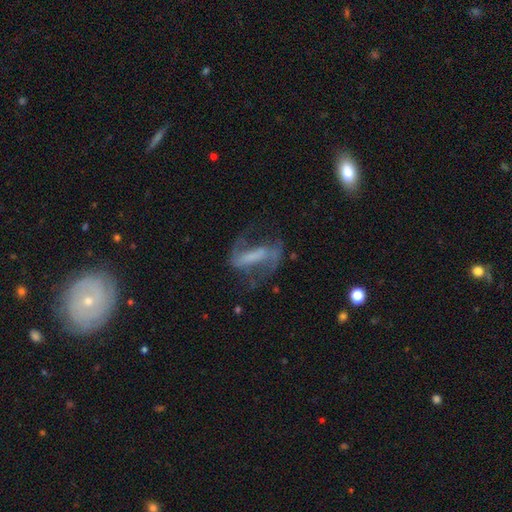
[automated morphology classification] This is likely a featured or disk galaxy (76%). It is clearly not viewed edge-on (91%). Bar: likely strong (63%). Spiral arm pattern: clearly yes (86%). Spiral arm count: clearly 2 (88%). Spiral winding: possibly loose (52%). Central bulge: possibly none (50%). Merging: possibly none (57%).